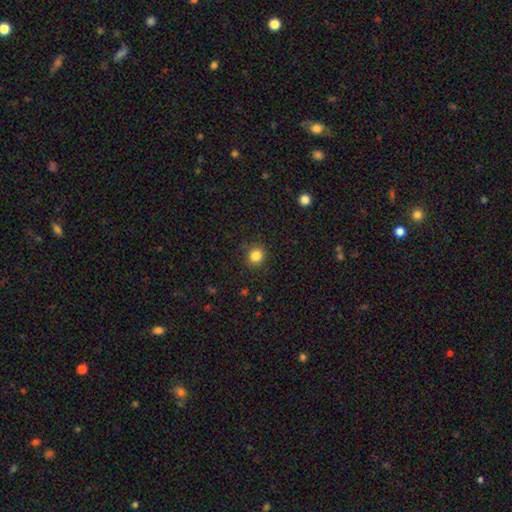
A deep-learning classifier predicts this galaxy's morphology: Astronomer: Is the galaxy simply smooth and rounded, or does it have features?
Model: smooth — 84%.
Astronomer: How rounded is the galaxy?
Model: round — 87%.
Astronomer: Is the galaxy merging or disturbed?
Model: none — 86%.